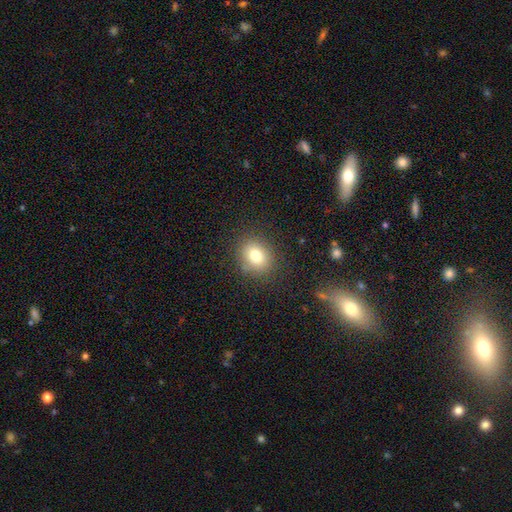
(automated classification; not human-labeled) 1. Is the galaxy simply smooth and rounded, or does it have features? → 77% smooth, 13% star or artifact, 11% featured or disk.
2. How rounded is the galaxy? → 62% round, 37% in between, 1% cigar-shaped.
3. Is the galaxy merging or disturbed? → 85% none, 10% minor disturbance, 4% major disturbance, 1% merger.